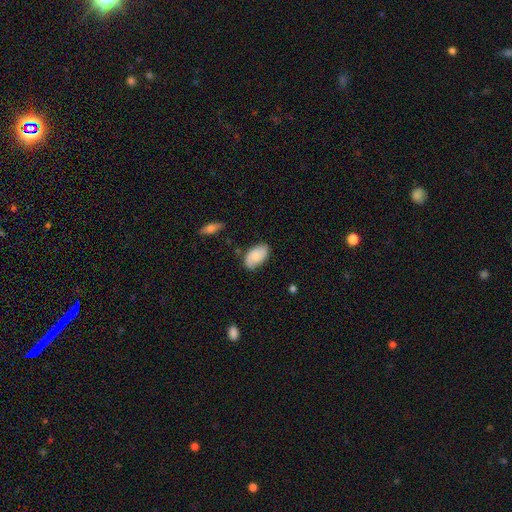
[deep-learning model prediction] A smooth galaxy with no disk features (76%) that is in between round and cigar-shaped (94%). Merging: none (75%).